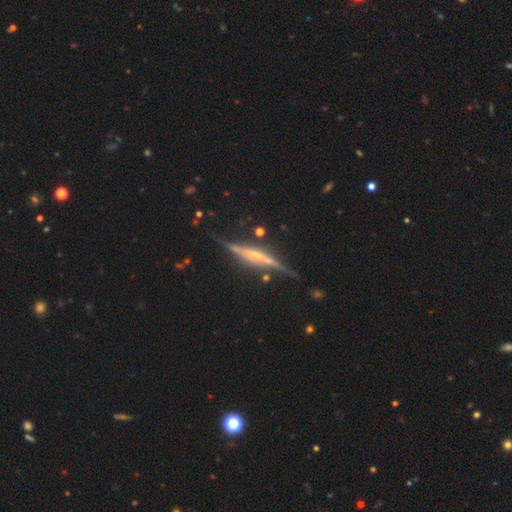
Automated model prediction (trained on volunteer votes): This appears to be a featured or disk galaxy (84%) viewed edge-on (96%) with a rounded central bulge (72%). Merging: none (77%).